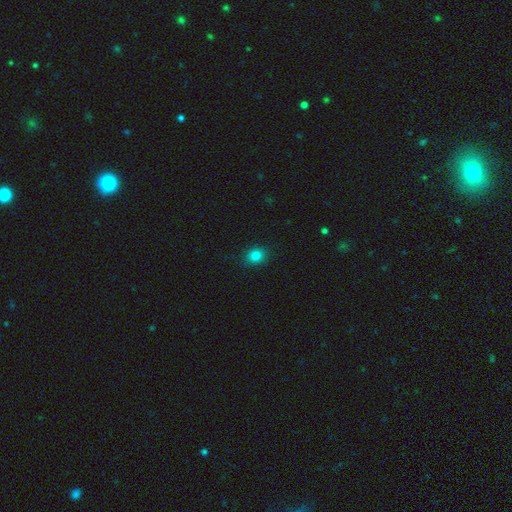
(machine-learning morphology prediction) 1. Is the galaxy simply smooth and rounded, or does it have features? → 82% smooth, 13% star or artifact, 5% featured or disk.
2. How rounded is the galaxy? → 62% round, 37% in between, 1% cigar-shaped.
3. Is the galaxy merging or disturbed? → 88% none, 9% minor disturbance, 2% major disturbance, 1% merger.